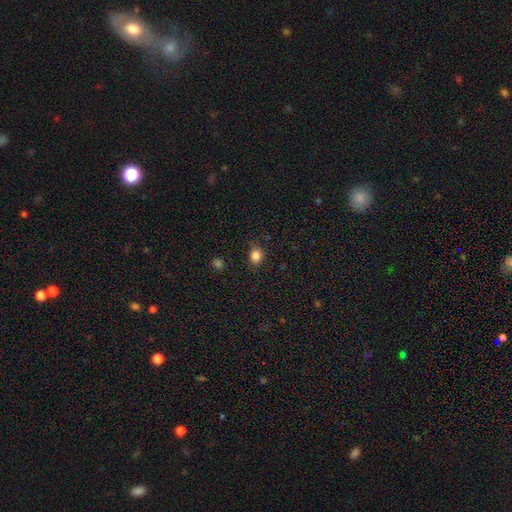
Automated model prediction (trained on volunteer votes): Morphology: type=smooth (84%); roundness=round (78%); merging=none (84%).